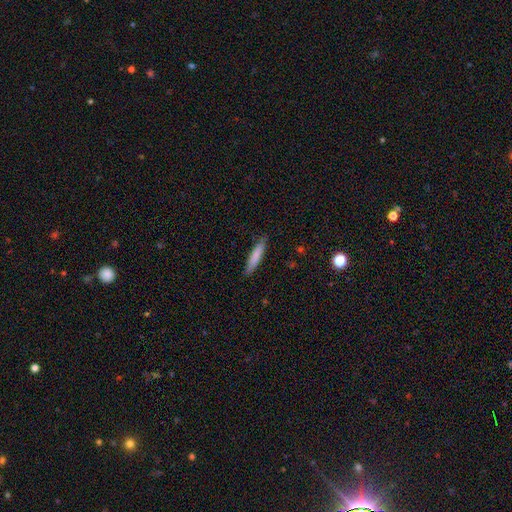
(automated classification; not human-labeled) Smooth or featured: smooth — 79% (featured or disk — 15%)
How rounded: cigar-shaped — 89% (in between — 10%)
Merging: none — 87% (minor disturbance — 10%)